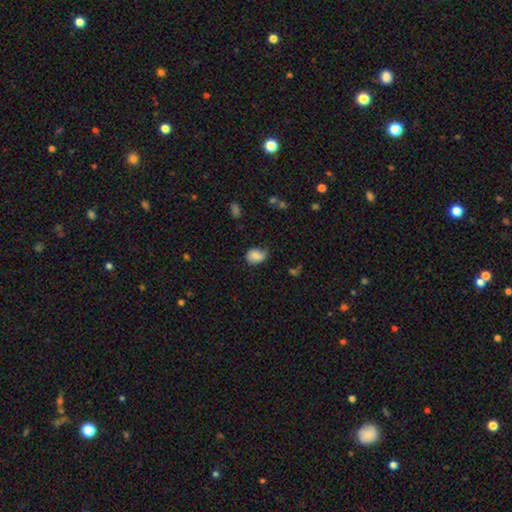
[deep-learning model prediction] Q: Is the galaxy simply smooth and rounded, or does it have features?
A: smooth — 75%.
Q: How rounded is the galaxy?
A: in between — 58%.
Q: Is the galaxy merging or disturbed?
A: none — 58%.